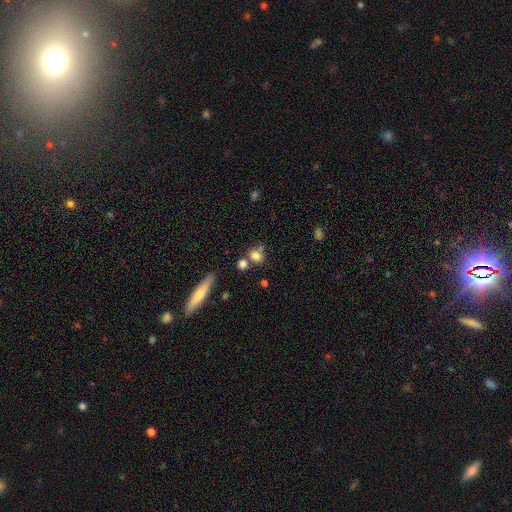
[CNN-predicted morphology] Smooth or featured?
  - smooth: 77% *
  - featured or disk: 12%
  - star or artifact: 11%
How rounded?
  - round: 71% *
  - in between: 25%
  - cigar-shaped: 4%
Merging?
  - none: 59% *
  - merger: 24%
  - minor disturbance: 12%
  - major disturbance: 5%